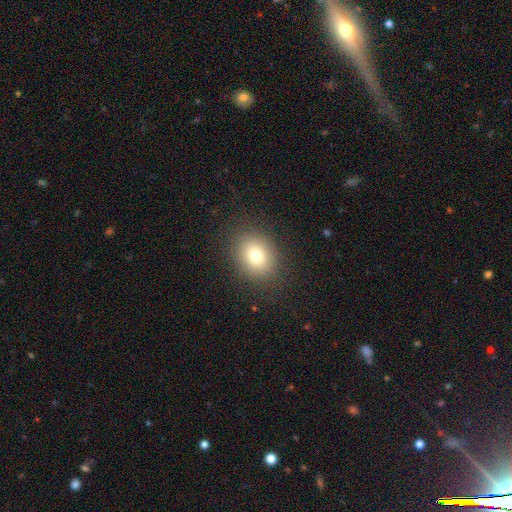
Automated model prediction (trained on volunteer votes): This is likely a smooth galaxy (76%). How rounded: likely round (61%). Merging: clearly none (87%).